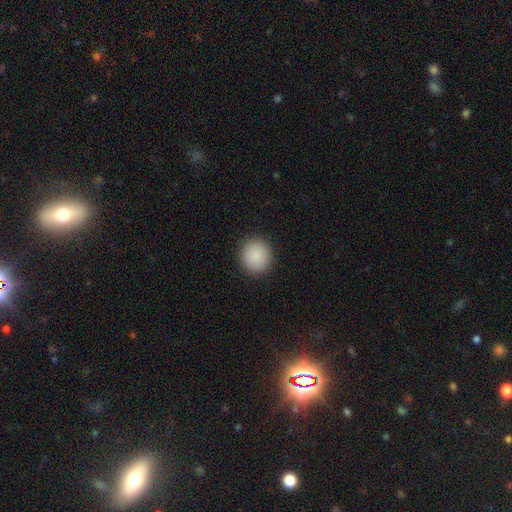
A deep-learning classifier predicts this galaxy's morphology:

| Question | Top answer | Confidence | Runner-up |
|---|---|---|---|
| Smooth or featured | smooth | 89% | star or artifact (8%) |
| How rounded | round | 90% | in between (9%) |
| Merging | none | 91% | minor disturbance (6%) |